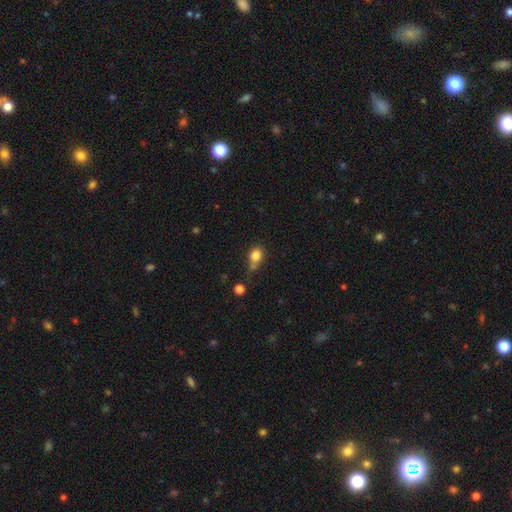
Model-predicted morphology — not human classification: type=smooth (80%); roundness=round (51%); merging=none (45%).